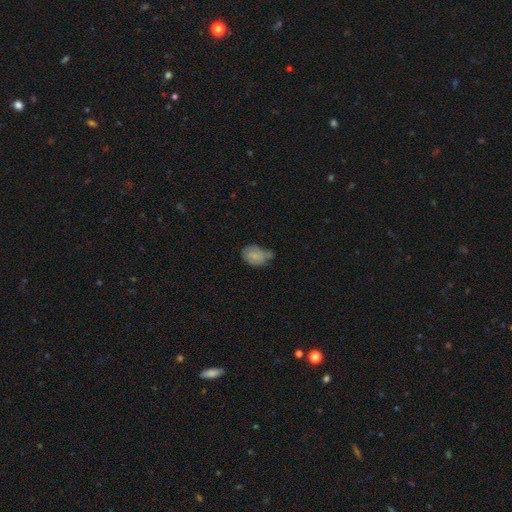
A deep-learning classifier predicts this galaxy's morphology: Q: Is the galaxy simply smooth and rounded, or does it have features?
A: smooth — 74%.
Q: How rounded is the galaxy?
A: in between — 67%.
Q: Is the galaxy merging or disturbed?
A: minor disturbance — 40%.